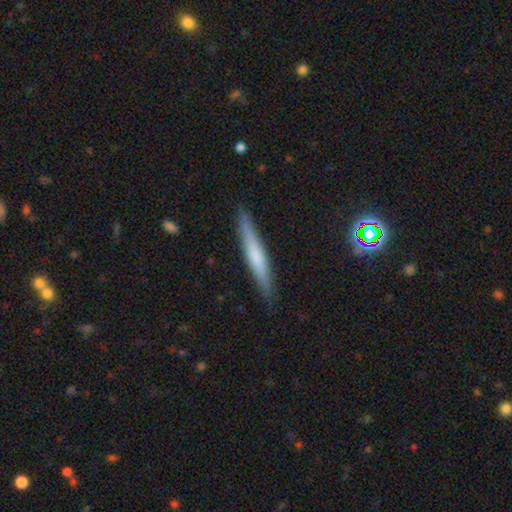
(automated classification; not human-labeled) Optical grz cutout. It shows a smooth galaxy with no disk features (56%) that is cigar-shaped (95%). Merging: none (89%).